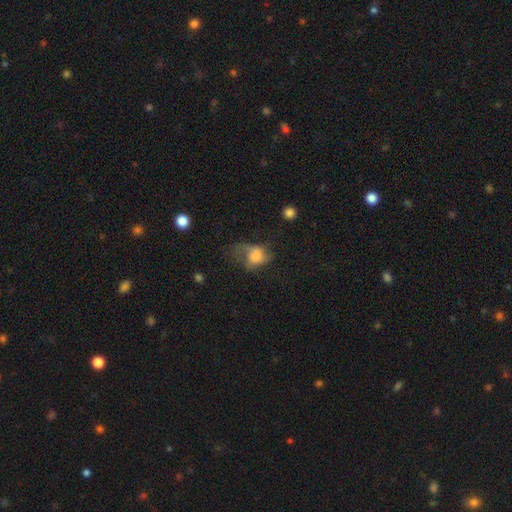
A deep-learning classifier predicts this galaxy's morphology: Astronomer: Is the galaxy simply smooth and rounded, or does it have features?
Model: smooth — 60%.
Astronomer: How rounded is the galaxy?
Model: in between — 64%.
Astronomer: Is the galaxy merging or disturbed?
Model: major disturbance — 50%.